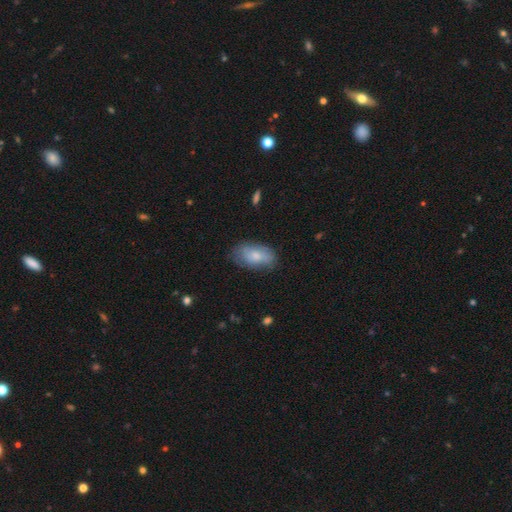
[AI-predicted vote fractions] smooth_or_featured: smooth (p=0.73) [alt: featured or disk p=0.21]
how_rounded: in between (p=0.93) [alt: round p=0.04]
merging: none (p=0.70) [alt: minor disturbance p=0.23]